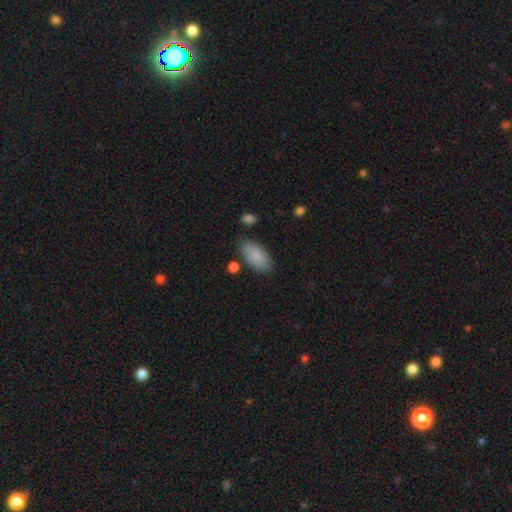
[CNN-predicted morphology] Q: Smooth or featured?
A: smooth (86%); runner-up: featured or disk (8%)
Q: How rounded?
A: in between (93%); runner-up: cigar-shaped (4%)
Q: Merging?
A: none (78%); runner-up: minor disturbance (15%)